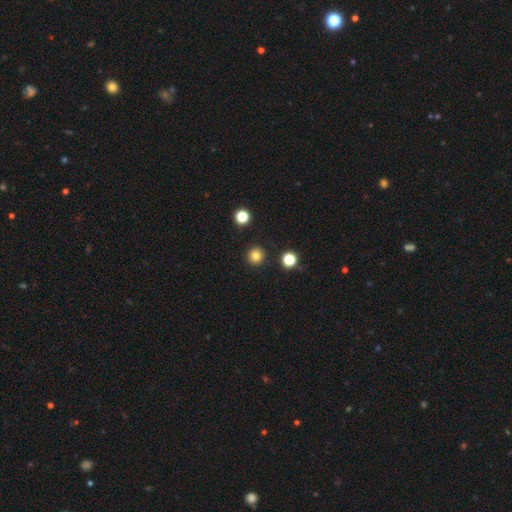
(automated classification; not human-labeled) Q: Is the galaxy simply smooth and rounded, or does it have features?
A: smooth — 81%.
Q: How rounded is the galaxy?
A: round — 95%.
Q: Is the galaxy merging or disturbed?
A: none — 92%.